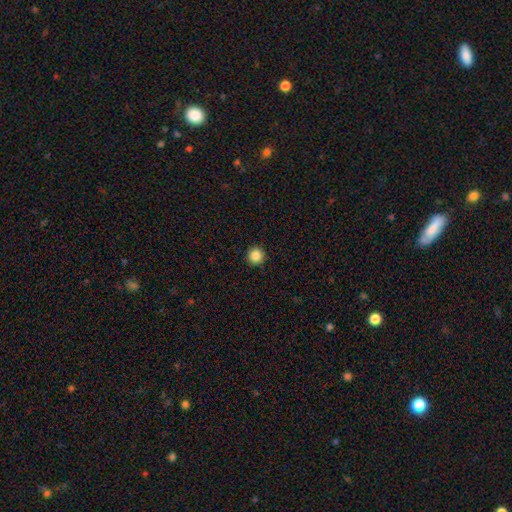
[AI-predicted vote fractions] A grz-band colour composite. It shows a smooth galaxy with no disk features (86%) that is round (95%). Merging: none (93%).